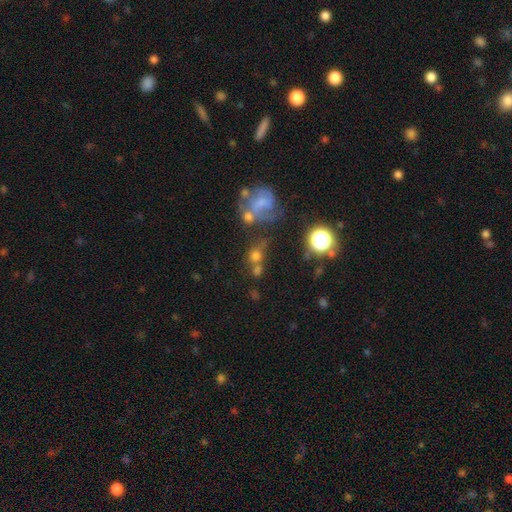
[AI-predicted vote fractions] Smooth or featured: smooth — 57% (star or artifact — 23%)
How rounded: round — 76% (in between — 22%)
Merging: none — 45% (merger — 30%)